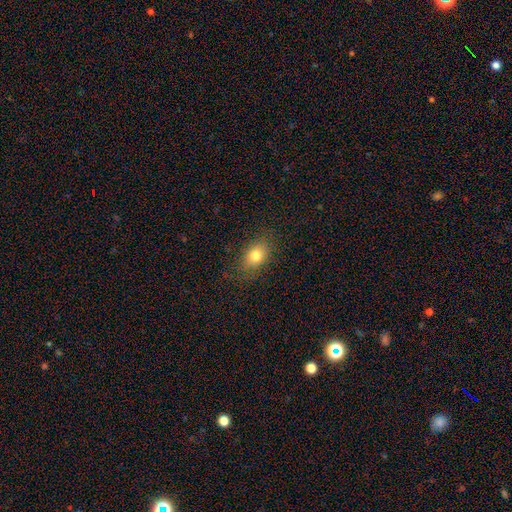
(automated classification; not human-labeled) smooth-or-featured: smooth: 78% | featured or disk: 11% | star or artifact: 11%
  how-rounded: in between: 74% | round: 24% | cigar-shaped: 2%
  merging: none: 80% | minor disturbance: 14% | major disturbance: 5% | merger: 1%